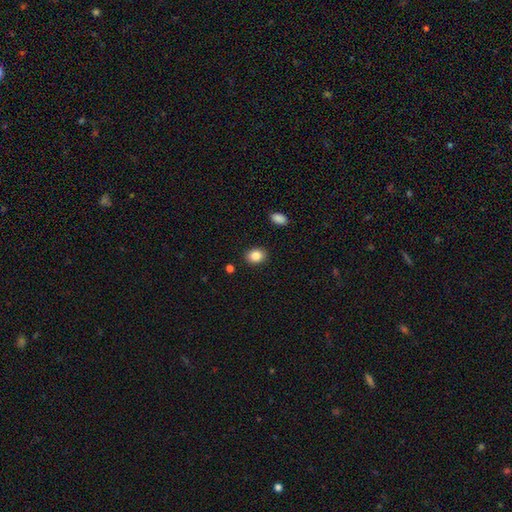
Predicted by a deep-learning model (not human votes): Smooth or featured: smooth — 85% (star or artifact — 9%)
How rounded: in between — 57% (round — 42%)
Merging: none — 89% (minor disturbance — 7%)